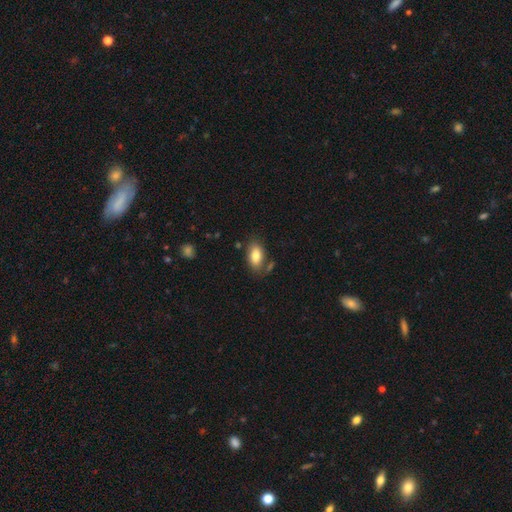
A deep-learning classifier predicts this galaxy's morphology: The model was most divided on "merging": none: 72%, minor disturbance: 16%, merger: 8%, major disturbance: 5%. More confident: how rounded — in between (91%); smooth or featured — smooth (81%).